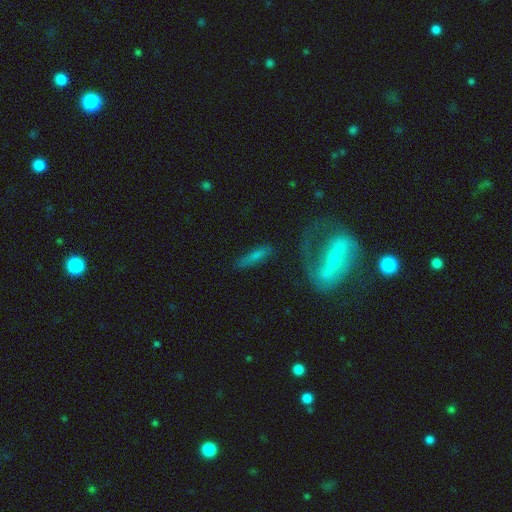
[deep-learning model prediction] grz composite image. It shows a smooth galaxy with no disk features (52%) that is cigar-shaped (69%). Merging: none (75%).